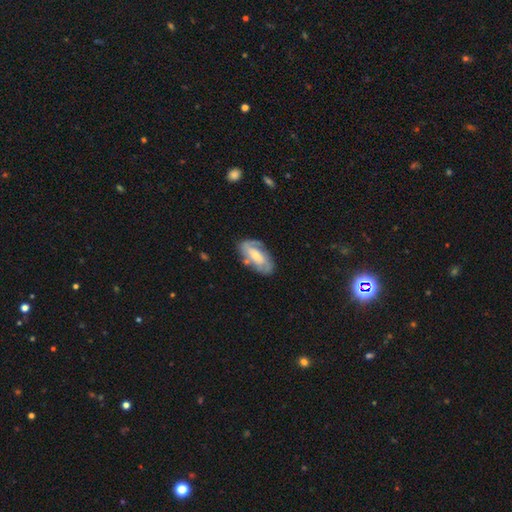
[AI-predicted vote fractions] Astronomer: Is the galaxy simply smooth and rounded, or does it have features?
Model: featured or disk — 68%.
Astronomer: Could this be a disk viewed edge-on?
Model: no — 94%.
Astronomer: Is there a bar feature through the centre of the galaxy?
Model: no — 47% (runner-up: weak, 36%).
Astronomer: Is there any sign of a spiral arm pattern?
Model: yes — 85%.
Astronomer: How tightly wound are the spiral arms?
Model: tight — 43% (runner-up: medium, 41%).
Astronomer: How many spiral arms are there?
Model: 2 — 64%.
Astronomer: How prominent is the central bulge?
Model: moderate — 44% (runner-up: small, 41%).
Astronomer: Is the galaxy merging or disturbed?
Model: none — 71%.